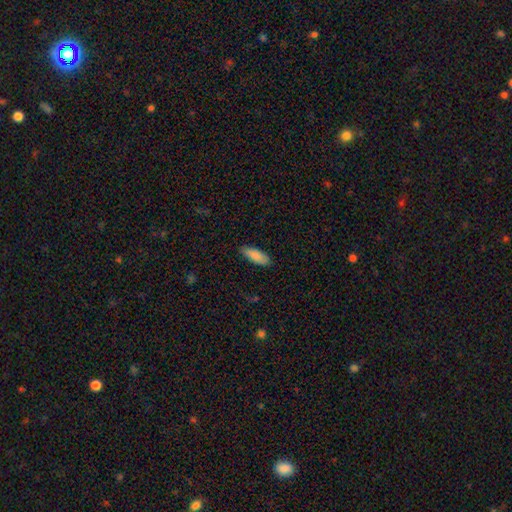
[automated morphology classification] The model was most divided on "how rounded": in between: 67%, cigar-shaped: 31%, round: 2%. More confident: smooth or featured — smooth (88%); merging — none (85%).